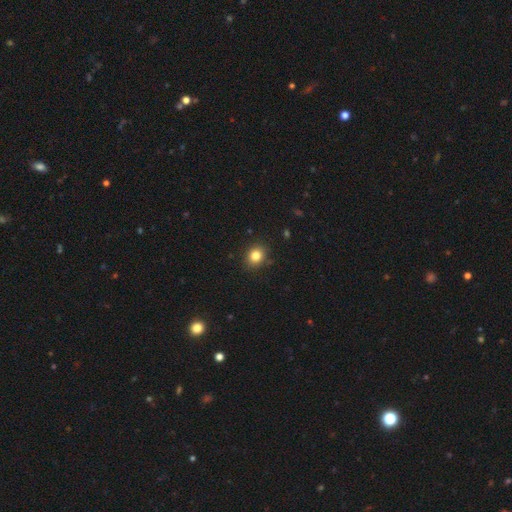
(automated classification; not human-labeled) Smooth or featured?
  - smooth: 83% *
  - star or artifact: 11%
  - featured or disk: 6%
How rounded?
  - round: 65% *
  - in between: 34%
  - cigar-shaped: 1%
Merging?
  - none: 88% *
  - minor disturbance: 9%
  - major disturbance: 2%
  - merger: 1%